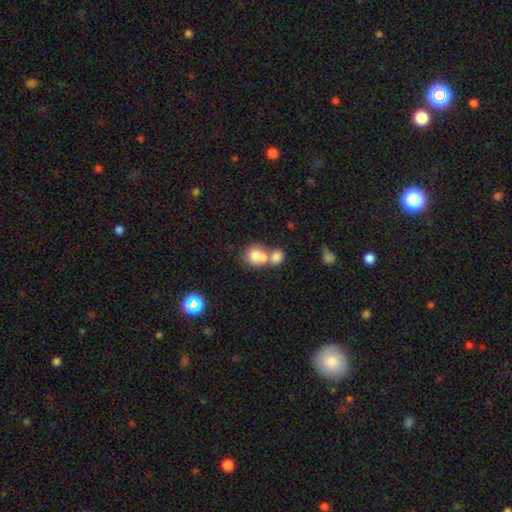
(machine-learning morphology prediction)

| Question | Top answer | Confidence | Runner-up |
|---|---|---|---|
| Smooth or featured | smooth | 71% | featured or disk (18%) |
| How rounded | round | 72% | in between (27%) |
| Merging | merger | 64% | none (26%) |